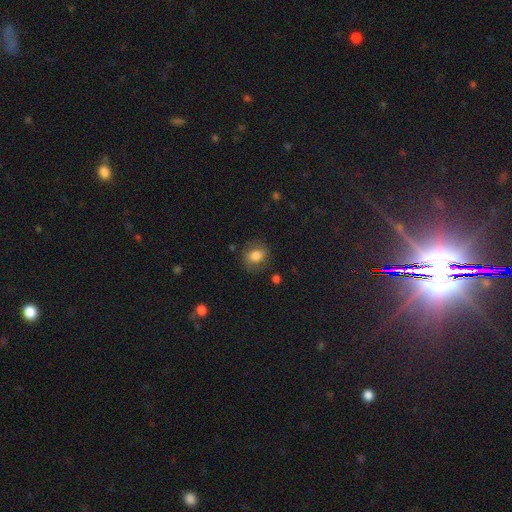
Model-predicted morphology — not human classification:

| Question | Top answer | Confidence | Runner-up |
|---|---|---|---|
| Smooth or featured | smooth | 75% | featured or disk (15%) |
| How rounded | round | 59% | in between (39%) |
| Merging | none | 75% | minor disturbance (17%) |